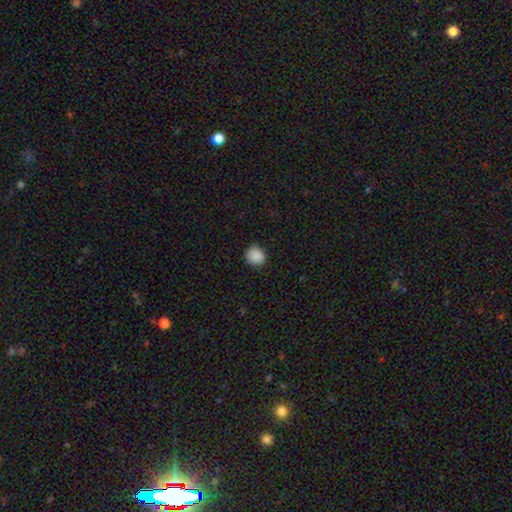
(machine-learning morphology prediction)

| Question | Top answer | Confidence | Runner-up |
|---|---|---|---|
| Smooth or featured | smooth | 89% | star or artifact (8%) |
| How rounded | round | 75% | in between (24%) |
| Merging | none | 87% | minor disturbance (10%) |